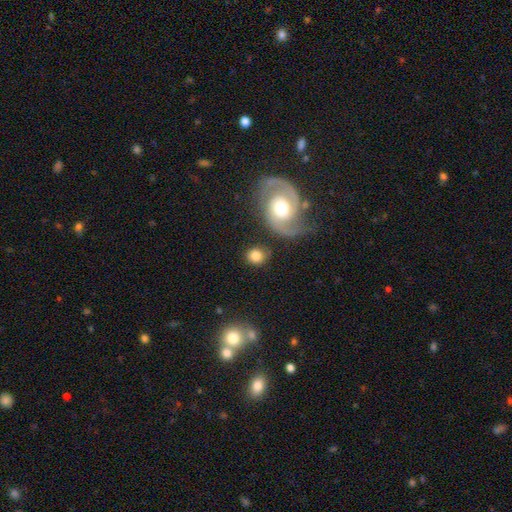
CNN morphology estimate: Overall: smooth (76%). How rounded: round (77%). Merging: none (78%).